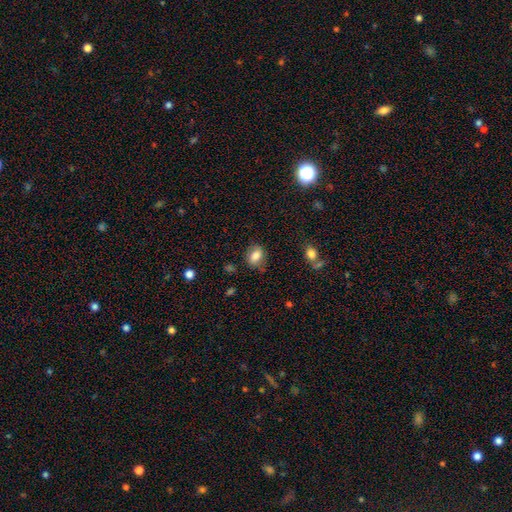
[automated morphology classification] This is likely a smooth galaxy (80%). How rounded: likely in between (65%). Merging: likely none (75%).